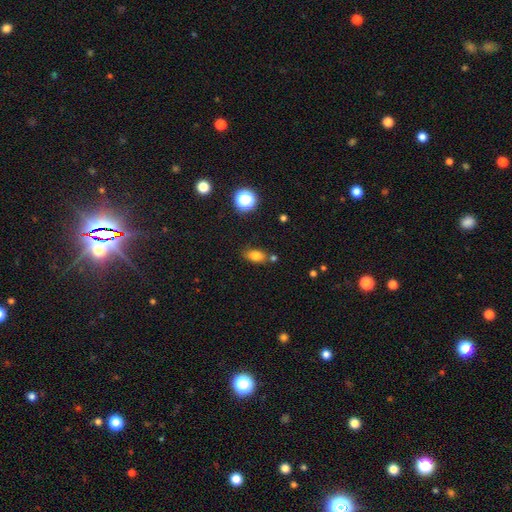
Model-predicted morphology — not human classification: A smooth galaxy with no disk features (77%) that is in between round and cigar-shaped (82%). Merging: none (73%).